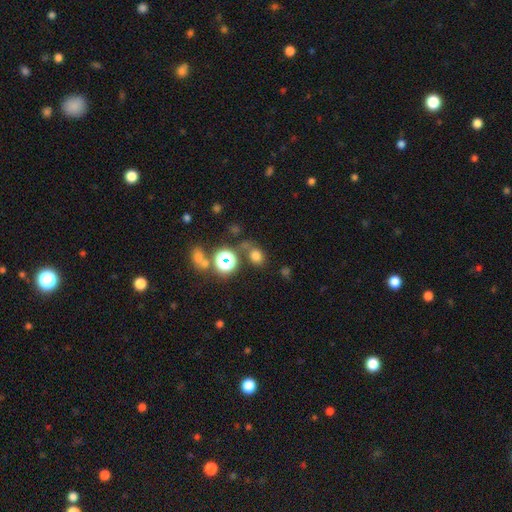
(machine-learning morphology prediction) This is likely a smooth galaxy (68%). How rounded: possibly round (57%). Merging: likely none (65%).